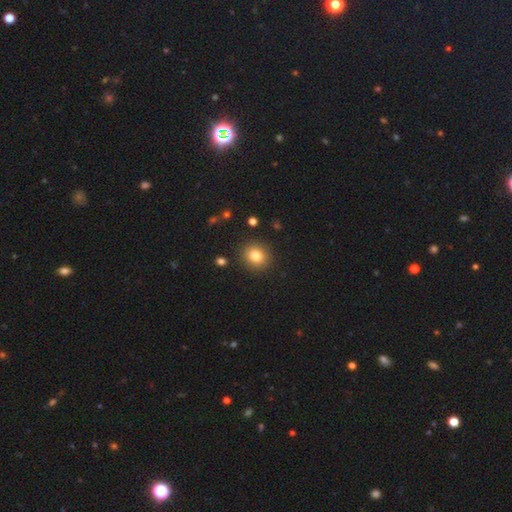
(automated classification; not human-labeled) The model was most divided on "how rounded": round: 81%, in between: 18%, cigar-shaped: 1%. More confident: merging — none (90%); smooth or featured — smooth (82%).